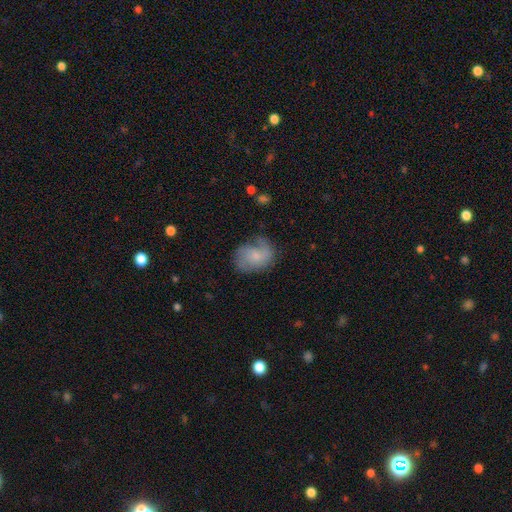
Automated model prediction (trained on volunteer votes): Overall: smooth (53%; featured or disk 38%). How rounded: in between (63%; round 36%). Merging: none (51%; minor disturbance 29%).